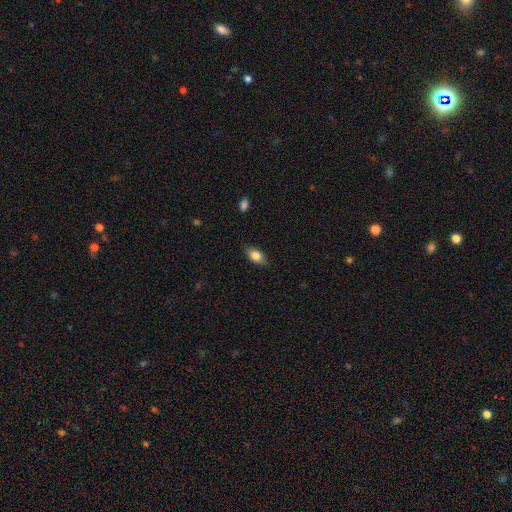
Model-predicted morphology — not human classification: A smooth galaxy with no disk features (82%) that is in between round and cigar-shaped (88%). Merging: none (84%).